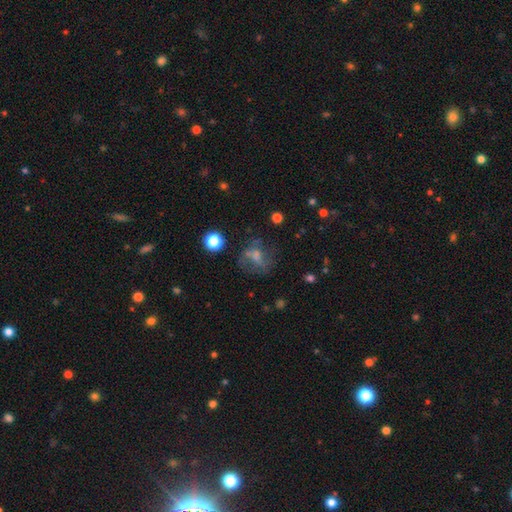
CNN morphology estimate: This is possibly a smooth galaxy (47%). Merging: marginally none (44%).